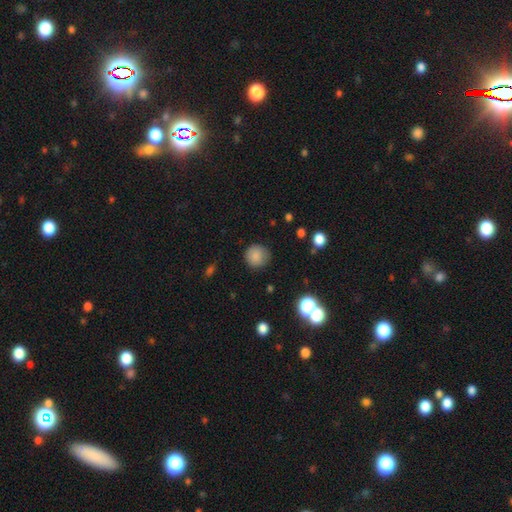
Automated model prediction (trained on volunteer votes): A smooth galaxy with no disk features (84%) that is round (92%).

Vote fractions:
- Smooth or featured? smooth: 84% / star or artifact: 10% / featured or disk: 6%
- How rounded? round: 92% / in between: 7% / cigar-shaped: 1%
- Merging? none: 84% / minor disturbance: 12% / major disturbance: 3% / merger: 1%